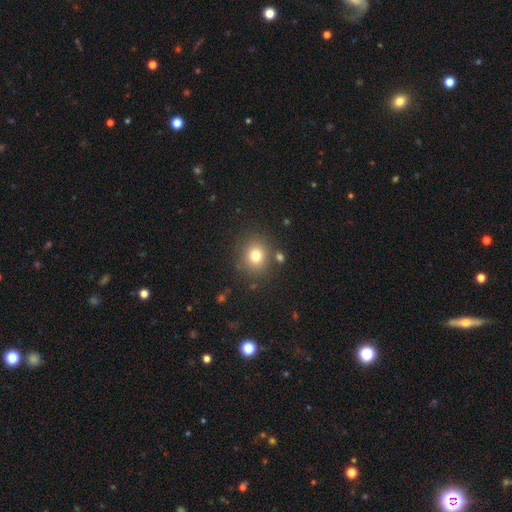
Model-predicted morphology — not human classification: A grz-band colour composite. It shows a smooth galaxy with no disk features (77%) that is round (79%). Merging: none (81%).